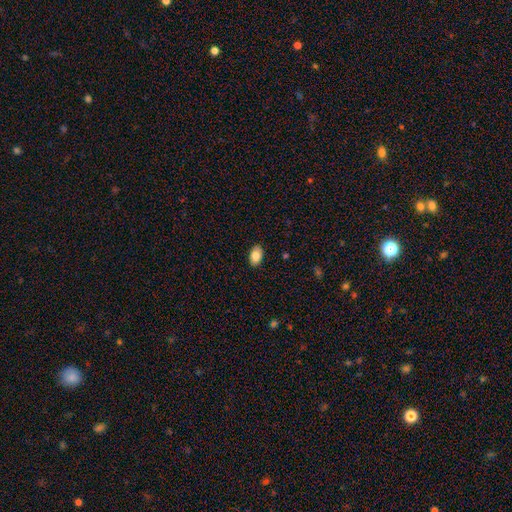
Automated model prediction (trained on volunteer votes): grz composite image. It shows a smooth galaxy with no disk features (82%) that is in between round and cigar-shaped (92%). Merging: none (89%).